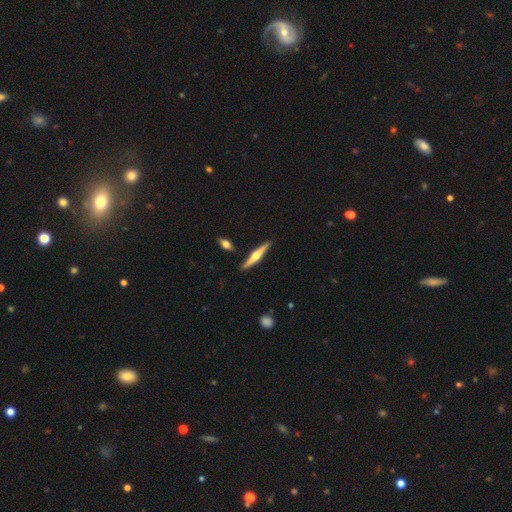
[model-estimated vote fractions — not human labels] Morphology: type=featured or disk (70%); edge-on=yes (97%); edge-on bulge=rounded (93%); merging=none (88%).